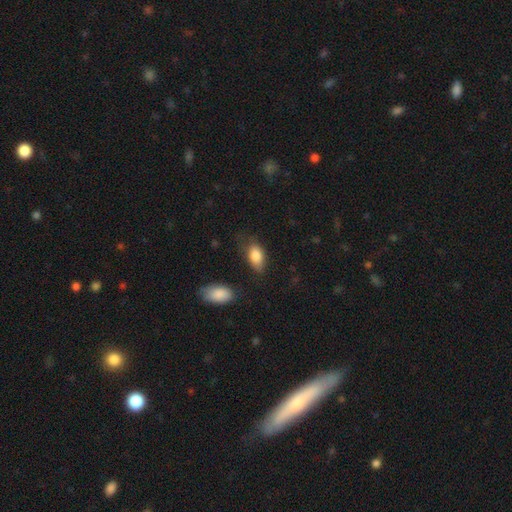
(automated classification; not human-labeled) Smooth or featured? Predicted: smooth (p=0.84). How rounded? Predicted: in between (p=0.90). Merging? Predicted: none (p=0.61).